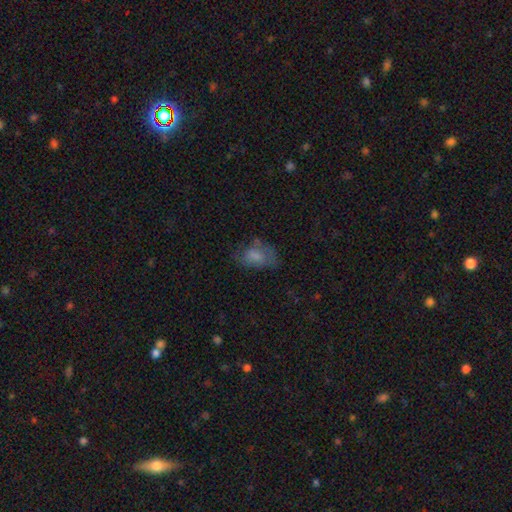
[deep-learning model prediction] Smooth or featured?
  - smooth: 65% *
  - featured or disk: 24%
  - star or artifact: 11%
How rounded?
  - in between: 86% *
  - round: 11%
  - cigar-shaped: 2%
Merging?
  - none: 46% *
  - minor disturbance: 28%
  - major disturbance: 22%
  - merger: 4%